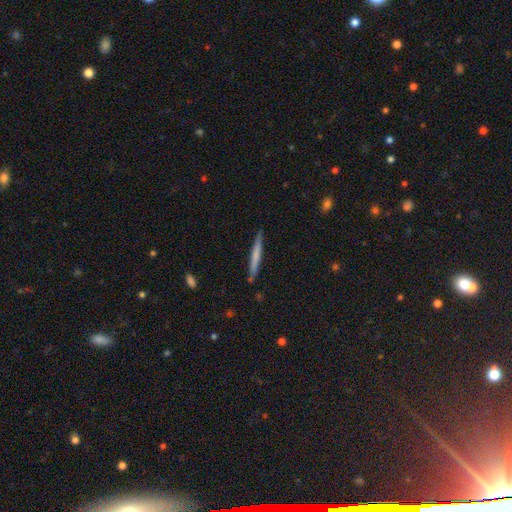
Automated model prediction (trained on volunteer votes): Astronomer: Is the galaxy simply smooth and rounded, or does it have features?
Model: smooth — 61%.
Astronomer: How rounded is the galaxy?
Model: cigar-shaped — 96%.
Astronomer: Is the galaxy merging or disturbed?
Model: none — 85%.